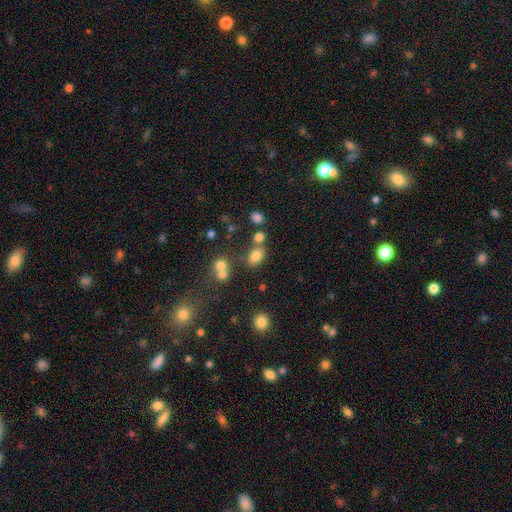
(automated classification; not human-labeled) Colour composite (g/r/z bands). It shows a smooth galaxy with no disk features (78%) that is in between round and cigar-shaped (75%). Merging: none (60%).